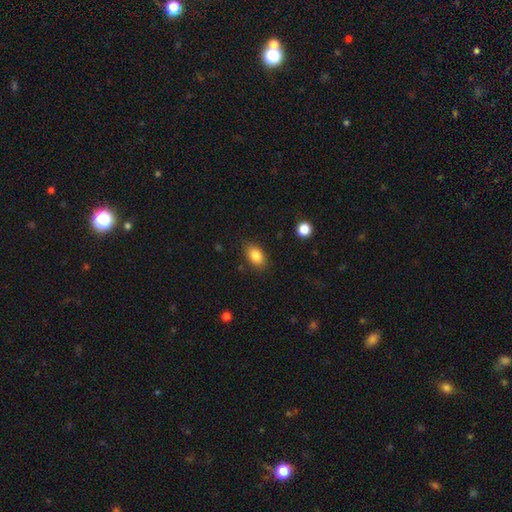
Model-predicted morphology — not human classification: A smooth galaxy with no disk features (85%) that is in between round and cigar-shaped (87%). Merging: none (82%).